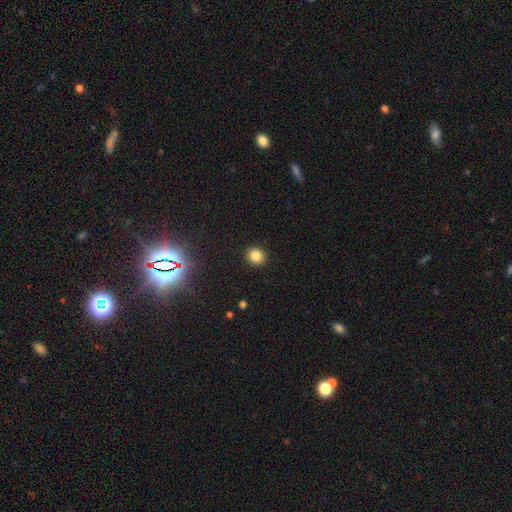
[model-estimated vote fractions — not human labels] Morphology: type=smooth (83%); roundness=round (80%); merging=none (92%).